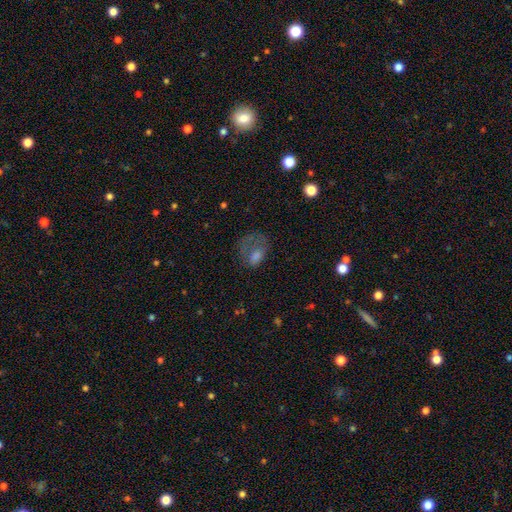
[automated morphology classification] Smooth or featured? smooth (51%)
How rounded? in between (67%)
Merging? major disturbance (43%)